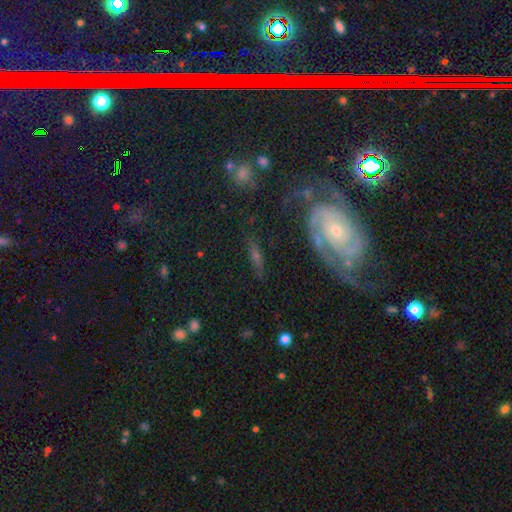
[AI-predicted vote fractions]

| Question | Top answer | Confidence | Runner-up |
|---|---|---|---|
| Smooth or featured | featured or disk | 71% | smooth (17%) |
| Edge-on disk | no | 86% | yes (14%) |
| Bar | no | 62% | weak (26%) |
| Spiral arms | yes | 91% | no (9%) |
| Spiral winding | tight | 56% | medium (31%) |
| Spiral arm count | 2 | 68% | can't tell (13%) |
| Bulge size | small | 60% | moderate (31%) |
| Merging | none | 71% | minor disturbance (16%) |